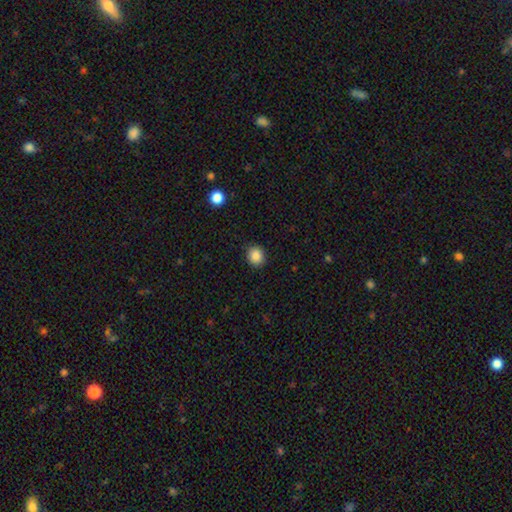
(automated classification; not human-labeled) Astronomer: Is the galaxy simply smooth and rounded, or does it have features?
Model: smooth — 87%.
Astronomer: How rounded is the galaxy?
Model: round — 76%.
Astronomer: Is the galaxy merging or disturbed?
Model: none — 90%.